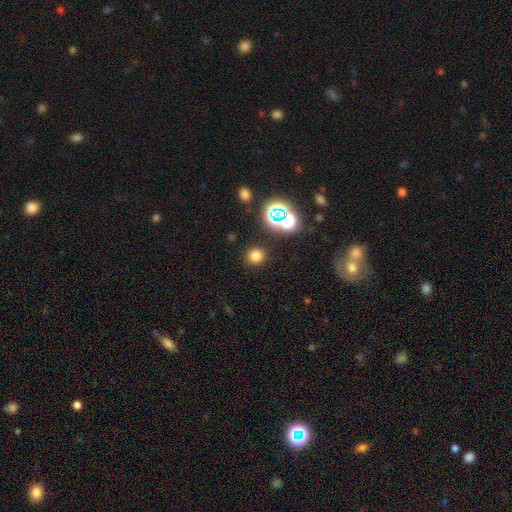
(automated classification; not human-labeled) This is likely a smooth galaxy (73%). How rounded: clearly round (89%). Merging: clearly none (88%).